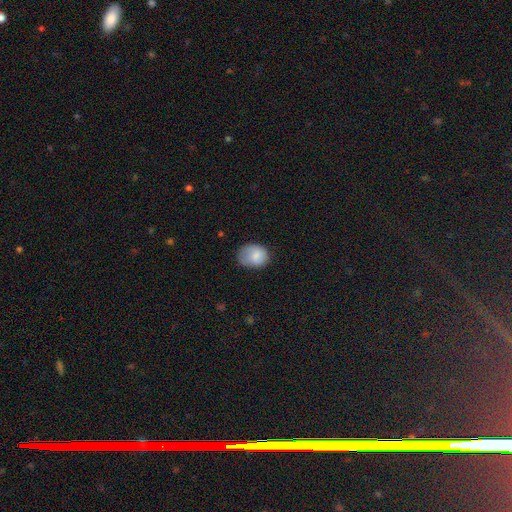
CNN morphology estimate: Overall: smooth (82%). How rounded: in between (56%; round 43%). Merging: none (54%; minor disturbance 33%).